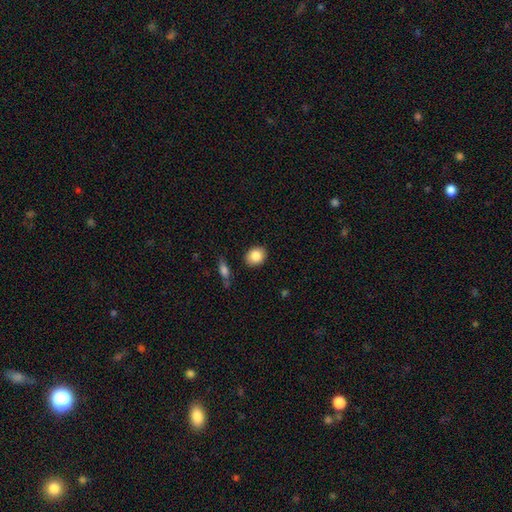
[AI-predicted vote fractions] This is clearly a smooth galaxy (85%). How rounded: likely round (60%). Merging: clearly none (87%).